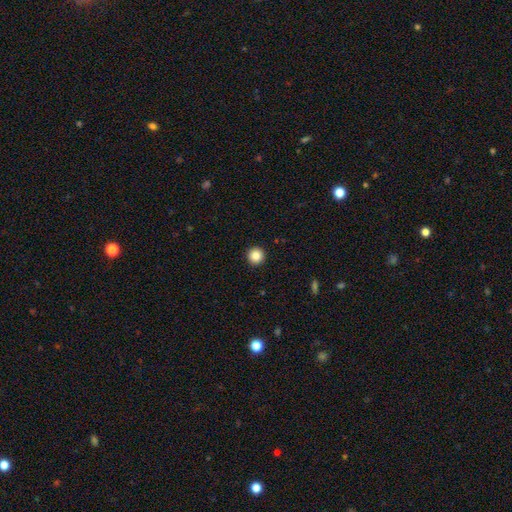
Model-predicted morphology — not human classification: A smooth galaxy with no disk features (86%) that is round (96%). Merging: none (94%).